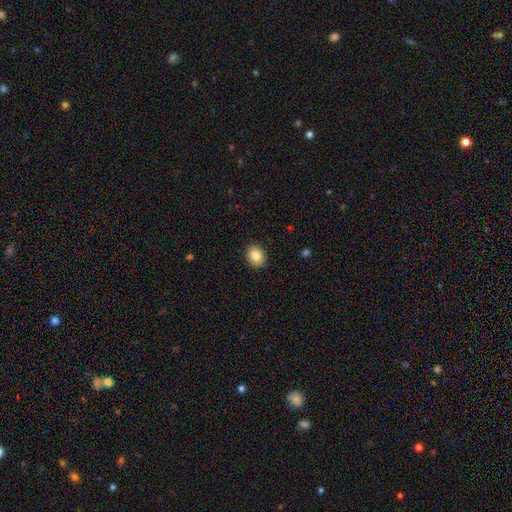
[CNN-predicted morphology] The model was most divided on "how rounded": in between: 51%, round: 49%, cigar-shaped: 1%. More confident: merging — none (90%); smooth or featured — smooth (84%).